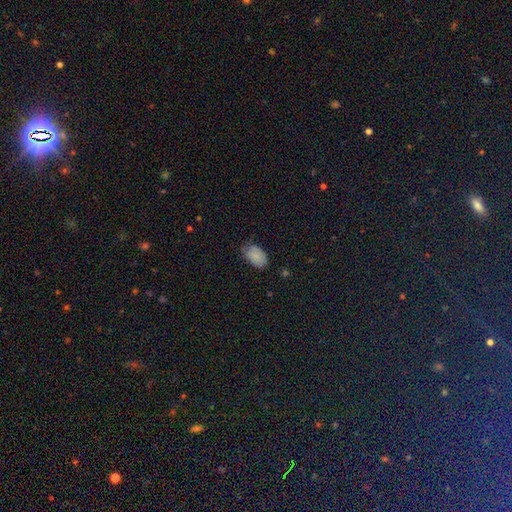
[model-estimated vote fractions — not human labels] A smooth galaxy with no disk features (85%) that is in between round and cigar-shaped (92%).

Vote fractions:
- Smooth or featured? smooth: 85% / featured or disk: 8% / star or artifact: 7%
- How rounded? in between: 92% / round: 7% / cigar-shaped: 1%
- Merging? none: 66% / minor disturbance: 28% / major disturbance: 5% / merger: 1%